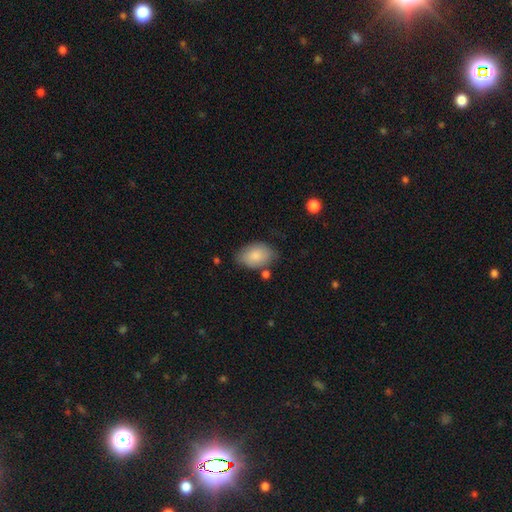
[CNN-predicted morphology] Overall: smooth (85%). How rounded: in between (90%). Merging: none (70%).